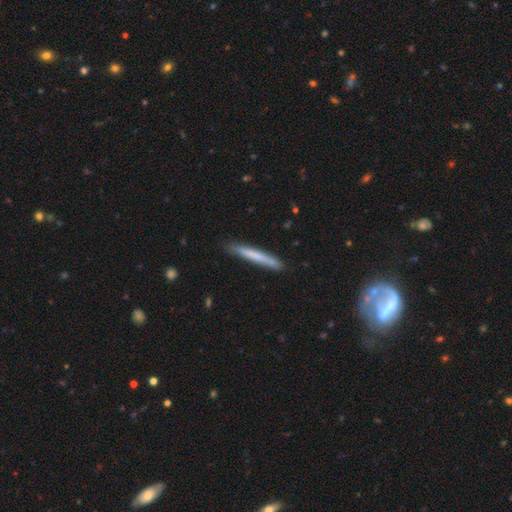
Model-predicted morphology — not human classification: This appears to be a smooth galaxy with no disk features (66%) that is cigar-shaped (97%). Merging: none (85%).